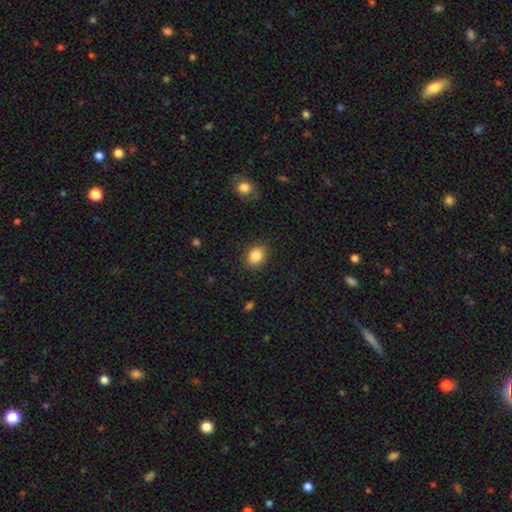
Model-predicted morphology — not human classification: Smooth or featured? smooth (86%)
How rounded? in between (50%)
Merging? none (88%)